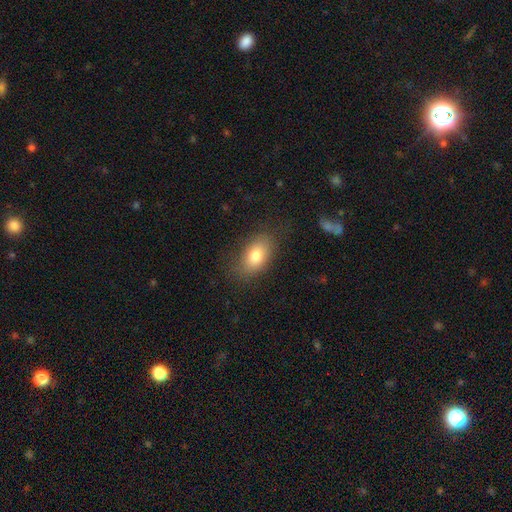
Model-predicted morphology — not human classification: Smooth or featured? Predicted: smooth (p=0.78). How rounded? Predicted: in between (p=0.87). Merging? Predicted: none (p=0.77).